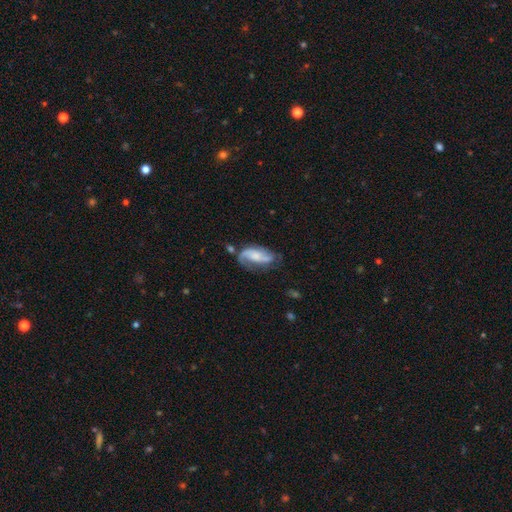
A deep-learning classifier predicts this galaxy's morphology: Q: Smooth or featured?
A: featured or disk (66%); runner-up: smooth (27%)
Q: Edge-on disk?
A: no (95%); runner-up: yes (5%)
Q: Bar?
A: no (58%); runner-up: weak (31%)
Q: Spiral arms?
A: yes (88%); runner-up: no (12%)
Q: Spiral winding?
A: loose (43%); runner-up: medium (38%)
Q: Spiral arm count?
A: 2 (62%); runner-up: 1 (24%)
Q: Bulge size?
A: small (37%); runner-up: moderate (30%)
Q: Merging?
A: none (44%); runner-up: minor disturbance (26%)